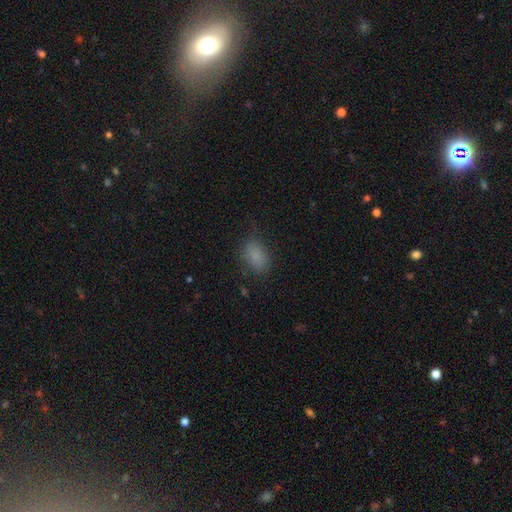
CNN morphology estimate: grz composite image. It shows a smooth galaxy with no disk features (83%) that is in between round and cigar-shaped (81%). Merging: none (75%).